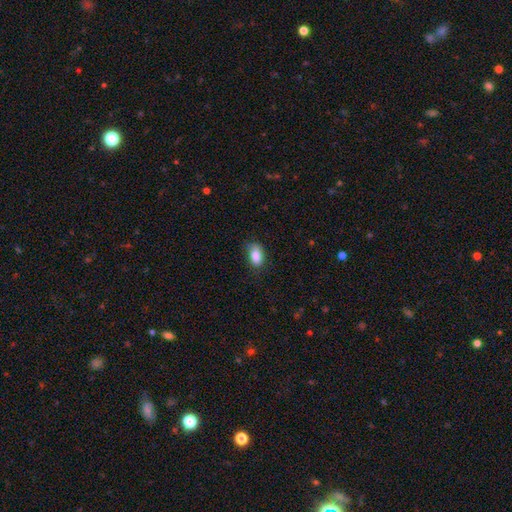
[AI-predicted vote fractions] The model was most divided on "merging": none: 75%, minor disturbance: 20%, major disturbance: 4%, merger: 1%. More confident: how rounded — in between (90%); smooth or featured — smooth (87%).